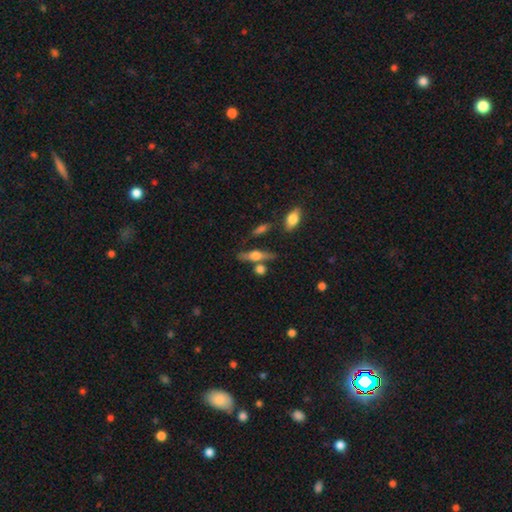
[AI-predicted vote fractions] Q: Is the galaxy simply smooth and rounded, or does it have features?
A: featured or disk — 57%.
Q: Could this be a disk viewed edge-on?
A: yes — 93%.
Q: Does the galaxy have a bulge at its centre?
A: rounded — 92%.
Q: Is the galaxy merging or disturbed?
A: none — 72%.